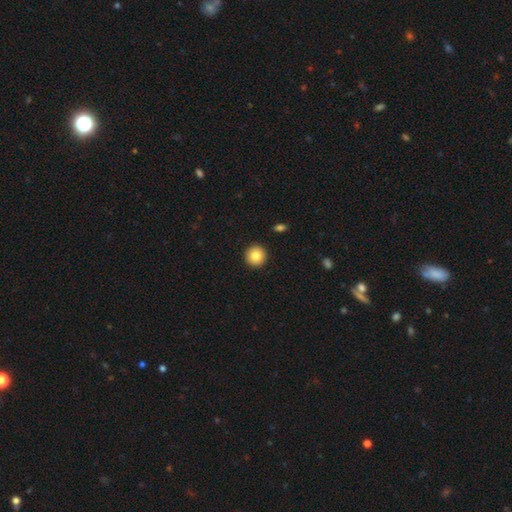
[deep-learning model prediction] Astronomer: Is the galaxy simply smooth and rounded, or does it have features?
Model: smooth — 84%.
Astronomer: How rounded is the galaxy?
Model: round — 95%.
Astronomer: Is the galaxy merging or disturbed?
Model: none — 93%.